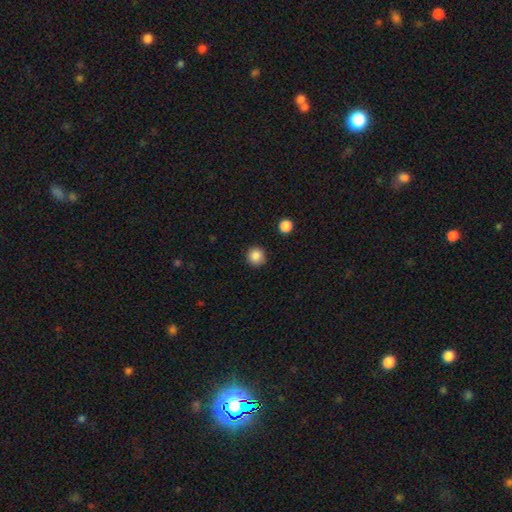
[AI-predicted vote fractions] A smooth galaxy with no disk features (87%) that is round (95%). Merging: none (91%).